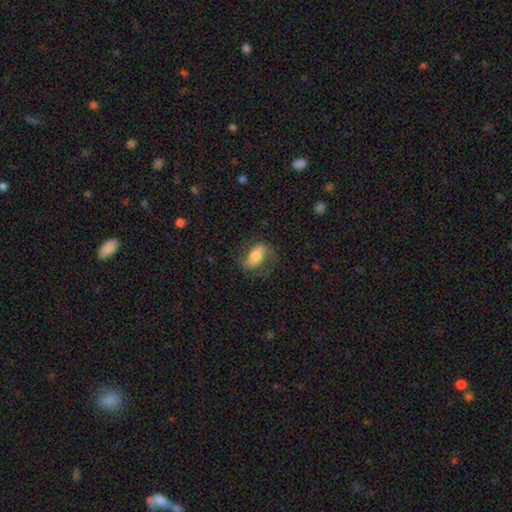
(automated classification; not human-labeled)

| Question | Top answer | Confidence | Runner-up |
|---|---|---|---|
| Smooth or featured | smooth | 52% | featured or disk (40%) |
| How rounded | in between | 85% | cigar-shaped (8%) |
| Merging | none | 61% | minor disturbance (22%) |